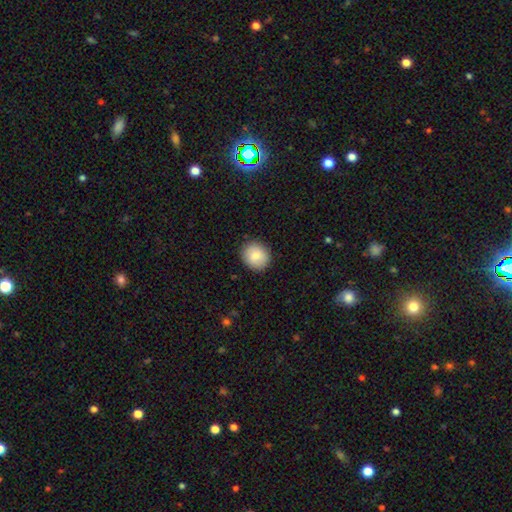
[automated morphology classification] This is clearly a smooth galaxy (83%). How rounded: likely round (78%). Merging: clearly none (89%).